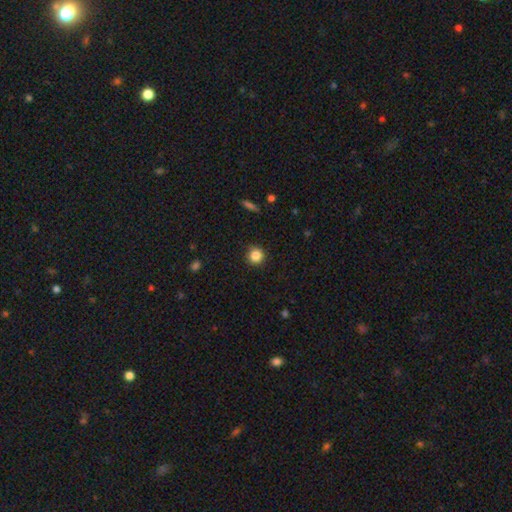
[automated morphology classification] This appears to be a smooth galaxy with no disk features (85%) that is round (94%). Merging: none (90%).